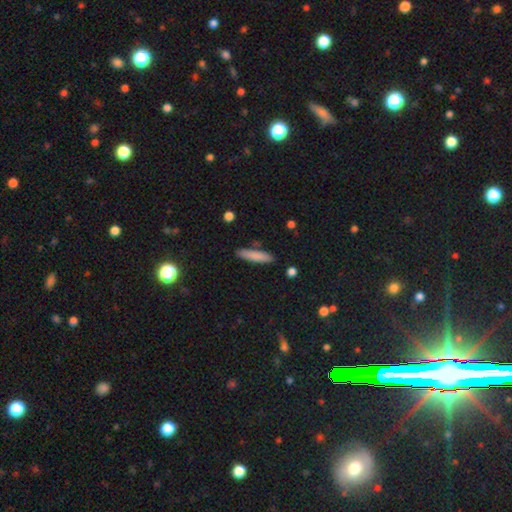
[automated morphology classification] A smooth galaxy with no disk features (81%) that is cigar-shaped (85%).

Vote fractions:
- Smooth or featured? smooth: 81% / featured or disk: 12% / star or artifact: 7%
- How rounded? cigar-shaped: 85% / in between: 14% / round: 2%
- Merging? none: 85% / minor disturbance: 10% / merger: 3% / major disturbance: 2%